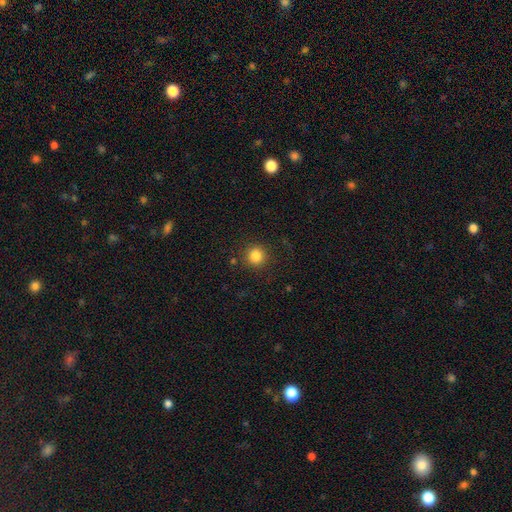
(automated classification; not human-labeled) The model was most divided on "smooth or featured": smooth: 83%, star or artifact: 12%, featured or disk: 5%. More confident: how rounded — round (93%); merging — none (89%).